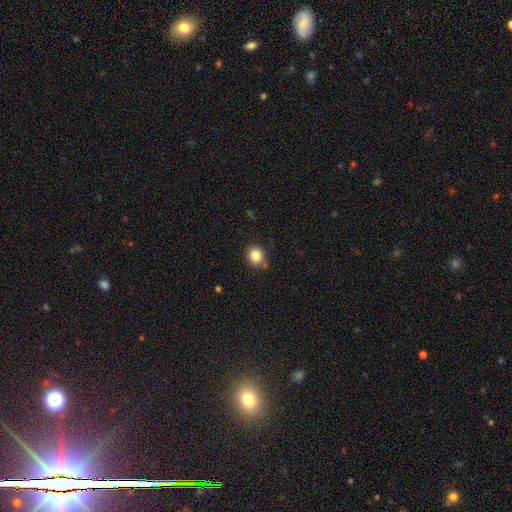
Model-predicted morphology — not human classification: smooth 84%, star or artifact 10%, featured or disk 5%. Down the decision tree: how rounded — round (77%); merging — none (82%).